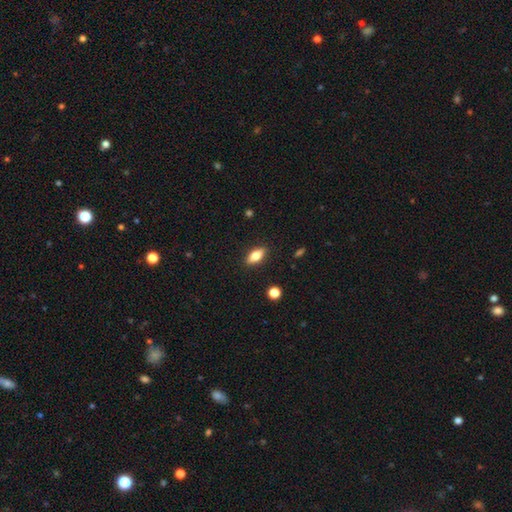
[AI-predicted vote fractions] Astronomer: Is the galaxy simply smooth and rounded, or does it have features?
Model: smooth — 72%.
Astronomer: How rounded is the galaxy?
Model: in between — 79%.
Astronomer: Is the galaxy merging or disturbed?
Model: none — 88%.